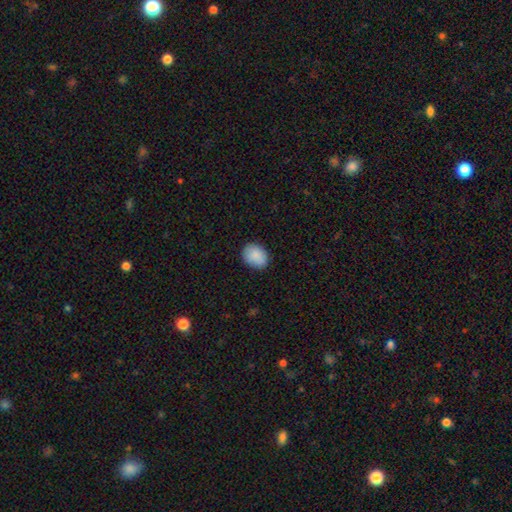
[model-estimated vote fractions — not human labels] Overall: smooth (89%). How rounded: in between (61%; round 38%). Merging: none (84%).